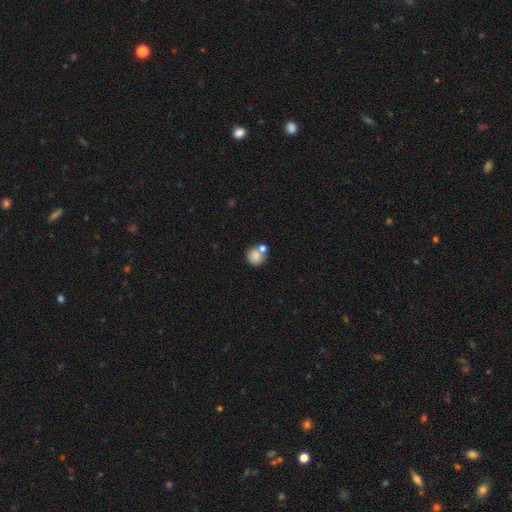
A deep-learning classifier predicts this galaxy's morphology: Q: Smooth or featured?
A: smooth (81%); runner-up: featured or disk (10%)
Q: How rounded?
A: round (86%); runner-up: in between (13%)
Q: Merging?
A: none (51%); runner-up: merger (34%)